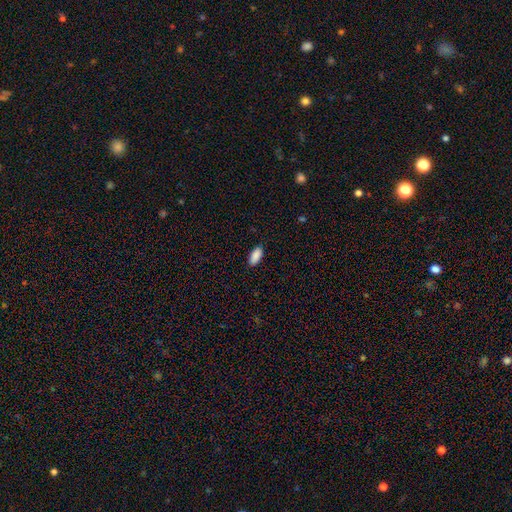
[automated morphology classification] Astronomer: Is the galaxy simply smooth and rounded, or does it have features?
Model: smooth — 90%.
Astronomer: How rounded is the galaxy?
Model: in between — 88%.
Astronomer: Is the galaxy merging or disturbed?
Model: none — 88%.